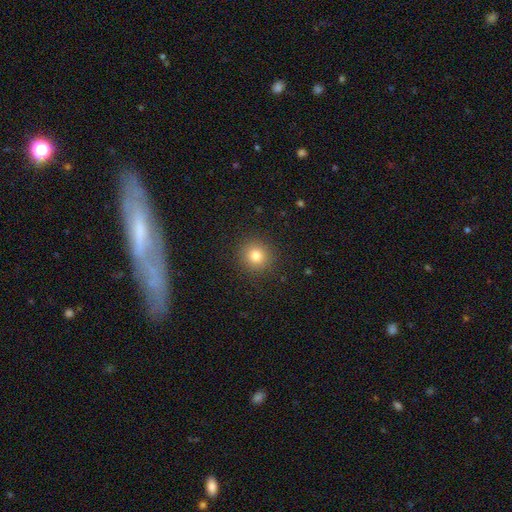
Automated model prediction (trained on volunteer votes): This is likely a smooth galaxy (79%). How rounded: clearly round (92%). Merging: clearly none (90%).